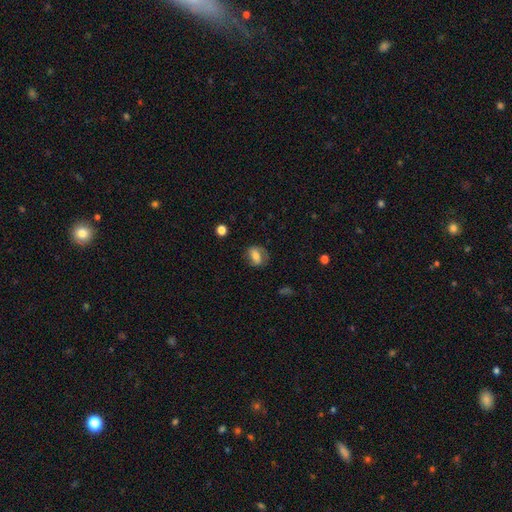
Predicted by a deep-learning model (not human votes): This is possibly a smooth galaxy (56%). How rounded: likely in between (65%). Merging: likely none (68%).